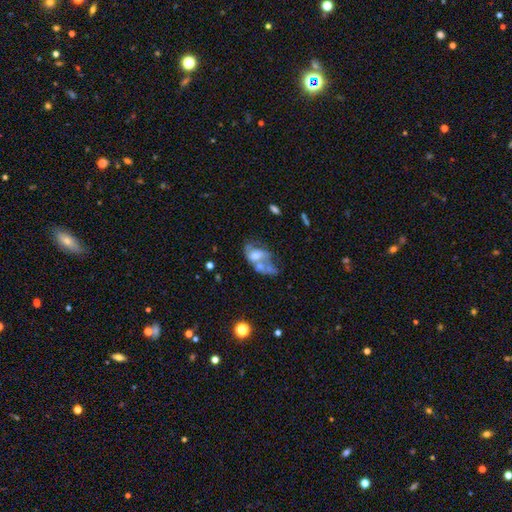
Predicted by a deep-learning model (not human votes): Smooth or featured: featured or disk — 54% (smooth — 33%)
Edge-on disk: no — 96% (yes — 4%)
Bar: no — 74% (weak — 20%)
Spiral arms: no — 66% (yes — 34%)
Bulge size: moderate — 44% (small — 24%)
Merging: merger — 46% (major disturbance — 25%)